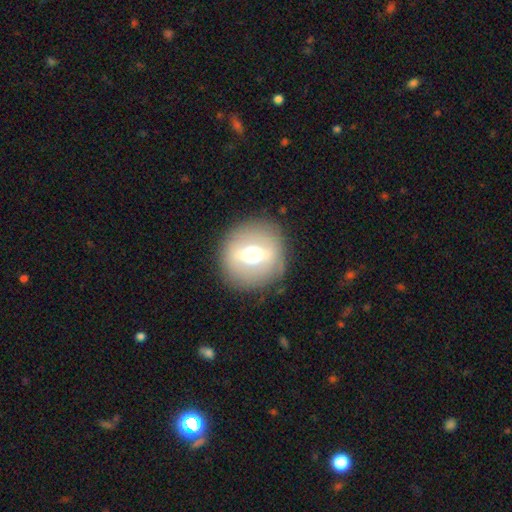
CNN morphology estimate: A featured or disk galaxy (57%). Merging: none (87%).